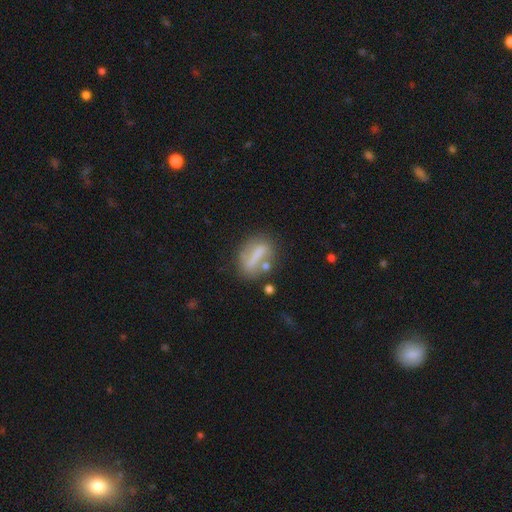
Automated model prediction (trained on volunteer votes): Morphology: type=smooth (51%); roundness=in between (44%); merging=none (61%).